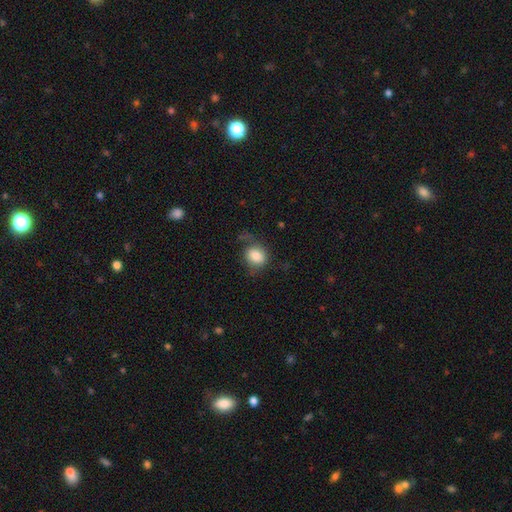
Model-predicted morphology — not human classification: A smooth galaxy with no disk features (81%) that is round (63%).

Vote fractions:
- Smooth or featured? smooth: 81% / featured or disk: 10% / star or artifact: 8%
- How rounded? round: 63% / in between: 36% / cigar-shaped: 1%
- Merging? none: 57% / minor disturbance: 25% / major disturbance: 15% / merger: 3%